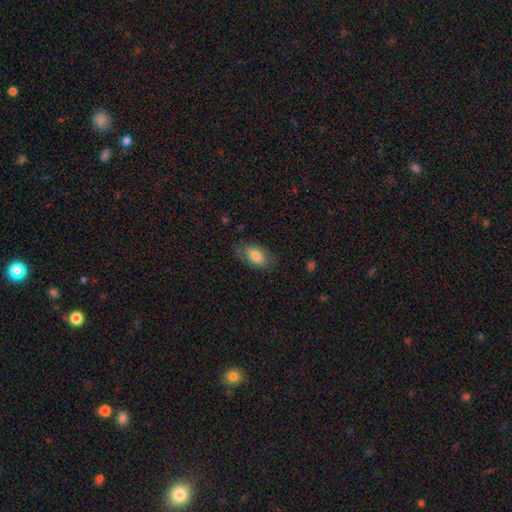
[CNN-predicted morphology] This appears to be a smooth galaxy with no disk features (75%) that is in between round and cigar-shaped (91%). Merging: none (72%).